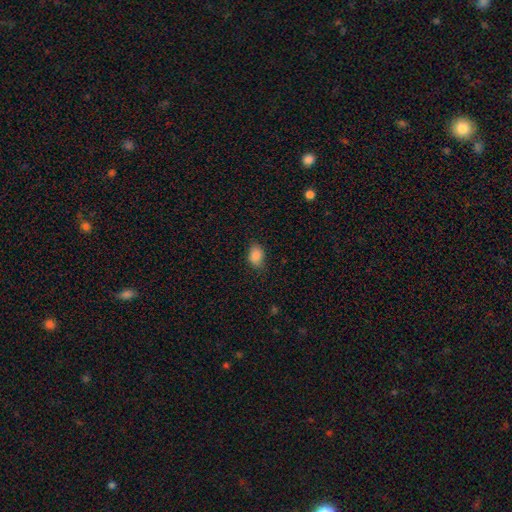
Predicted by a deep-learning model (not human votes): Smooth or featured: smooth — 87% (star or artifact — 8%)
How rounded: in between — 79% (round — 20%)
Merging: none — 80% (minor disturbance — 15%)